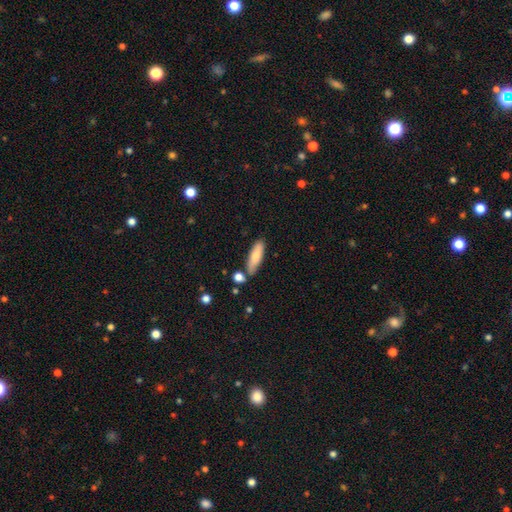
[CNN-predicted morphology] Smooth or featured? smooth (78%)
How rounded? cigar-shaped (52%)
Merging? none (73%)